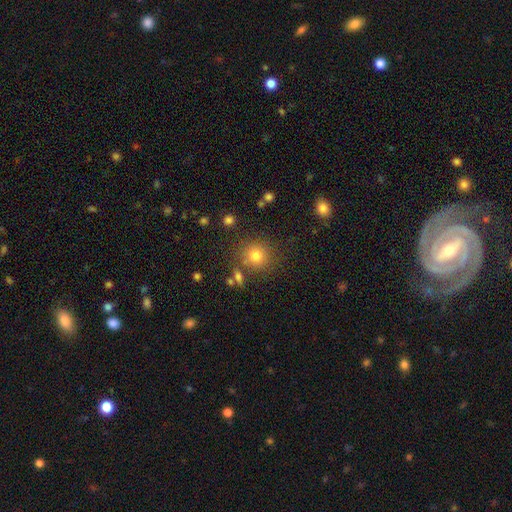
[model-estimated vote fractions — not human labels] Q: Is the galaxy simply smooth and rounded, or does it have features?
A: smooth — 78%.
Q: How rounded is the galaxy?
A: round — 90%.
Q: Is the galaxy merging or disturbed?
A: none — 79%.